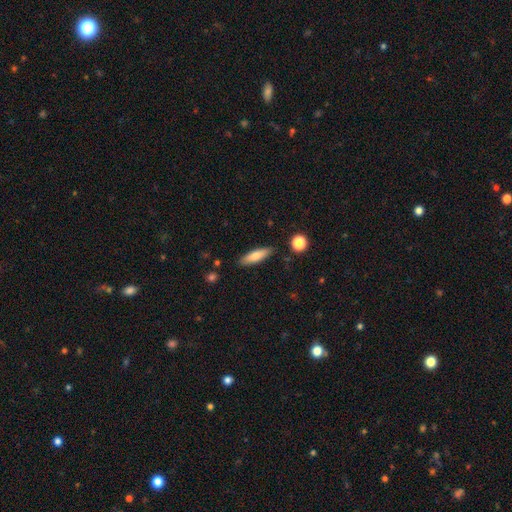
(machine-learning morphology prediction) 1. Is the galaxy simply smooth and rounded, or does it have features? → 75% smooth, 19% featured or disk, 7% star or artifact.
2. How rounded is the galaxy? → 62% cigar-shaped, 36% in between, 2% round.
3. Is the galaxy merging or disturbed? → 87% none, 9% minor disturbance, 2% major disturbance, 2% merger.